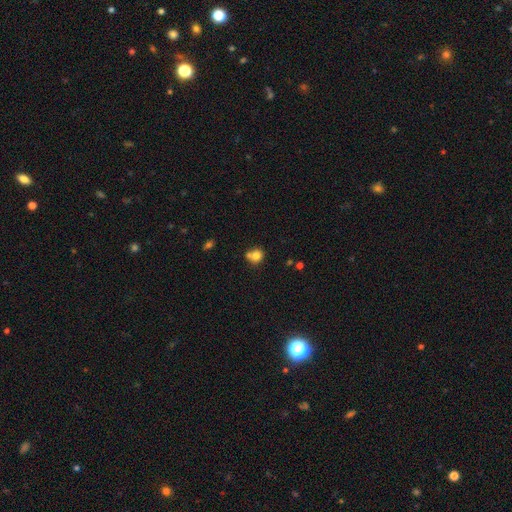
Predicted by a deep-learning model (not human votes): A smooth galaxy with no disk features (78%) that is round (80%).

Vote fractions:
- Smooth or featured? smooth: 78% / star or artifact: 11% / featured or disk: 11%
- How rounded? round: 80% / in between: 19% / cigar-shaped: 1%
- Merging? none: 51% / merger: 32% / minor disturbance: 13% / major disturbance: 4%